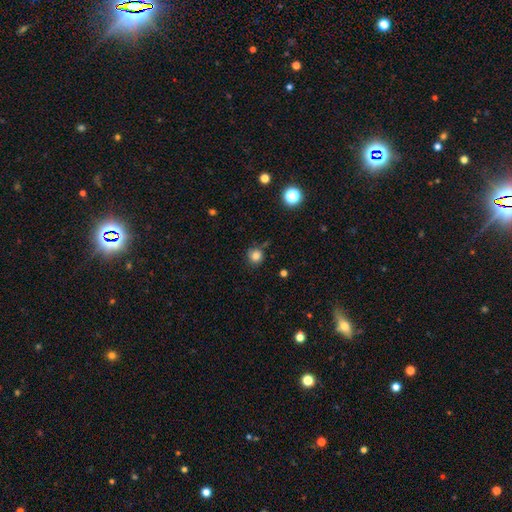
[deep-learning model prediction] This appears to be a smooth galaxy with no disk features (81%) that is round (90%). Merging: none (77%).